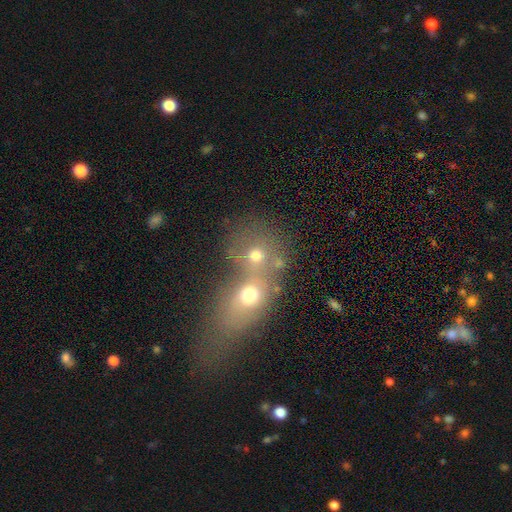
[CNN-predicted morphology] This is likely a smooth galaxy (63%). How rounded: likely round (66%). Merging: likely merger (65%).